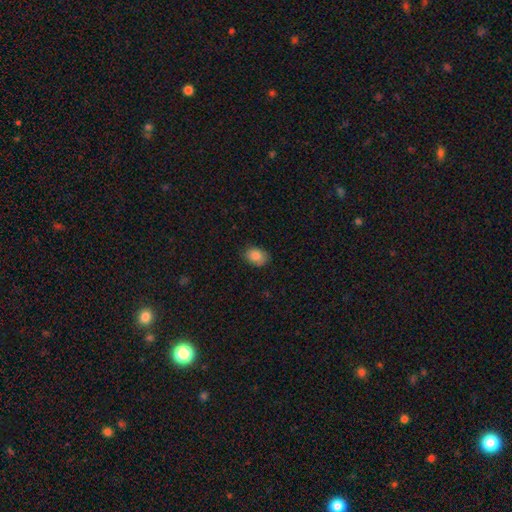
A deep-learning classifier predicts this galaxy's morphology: Smooth or featured? smooth (85%)
How rounded? in between (76%)
Merging? none (83%)